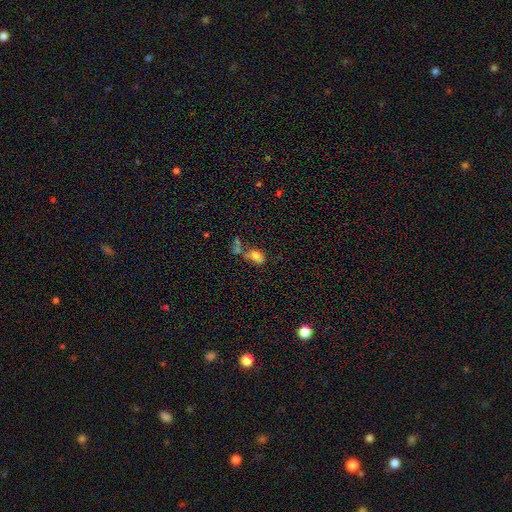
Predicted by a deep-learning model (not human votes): Smooth or featured?
  - smooth: 71% *
  - featured or disk: 15%
  - star or artifact: 14%
How rounded?
  - in between: 82% *
  - round: 15%
  - cigar-shaped: 3%
Merging?
  - merger: 43% *
  - none: 26%
  - major disturbance: 16%
  - minor disturbance: 15%